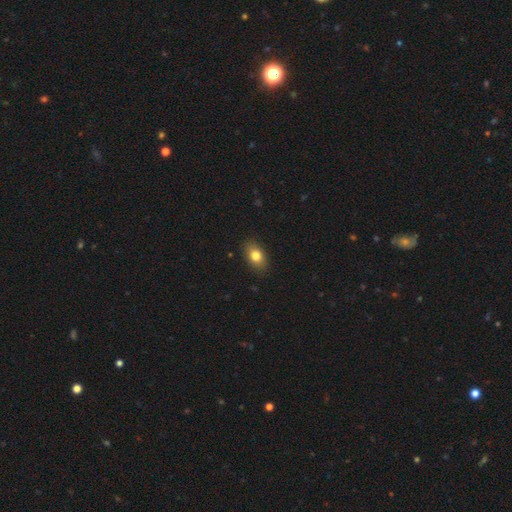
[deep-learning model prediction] Smooth or featured?
  - smooth: 80% *
  - featured or disk: 11%
  - star or artifact: 9%
How rounded?
  - in between: 83% *
  - round: 15%
  - cigar-shaped: 2%
Merging?
  - none: 87% *
  - minor disturbance: 10%
  - major disturbance: 2%
  - merger: 1%